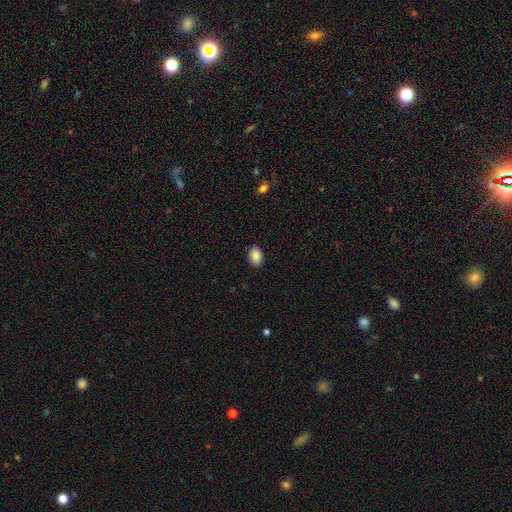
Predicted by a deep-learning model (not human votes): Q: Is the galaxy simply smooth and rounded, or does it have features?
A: smooth — 89%.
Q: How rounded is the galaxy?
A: in between — 82%.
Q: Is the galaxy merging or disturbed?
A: none — 88%.